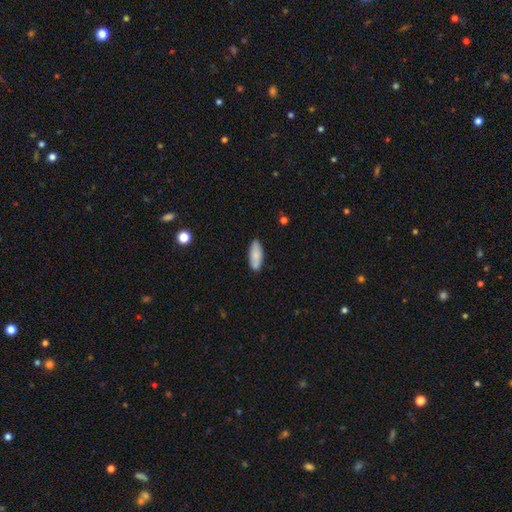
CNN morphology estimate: Smooth or featured? Predicted: smooth (p=0.81). How rounded? Predicted: in between (p=0.76). Merging? Predicted: none (p=0.81).